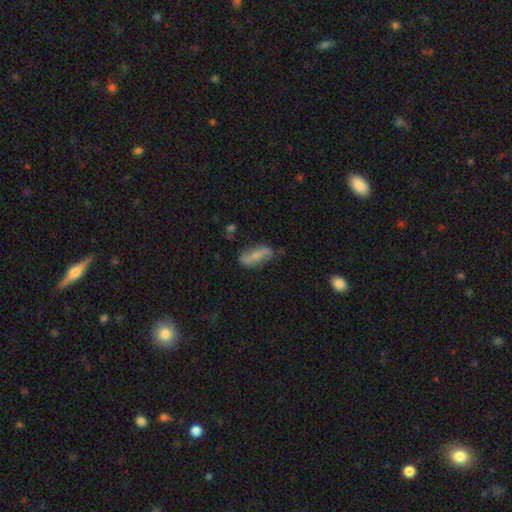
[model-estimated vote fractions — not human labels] Smooth or featured? featured or disk (48%)
Merging? none (72%)